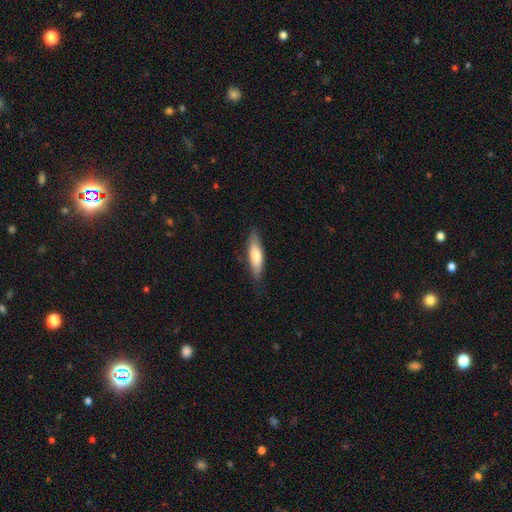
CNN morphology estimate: A smooth galaxy with no disk features (70%) that is cigar-shaped (68%).

Vote fractions:
- Smooth or featured? smooth: 70% / featured or disk: 25% / star or artifact: 5%
- How rounded? cigar-shaped: 68% / in between: 31% / round: 2%
- Merging? none: 82% / minor disturbance: 14% / major disturbance: 3% / merger: 1%